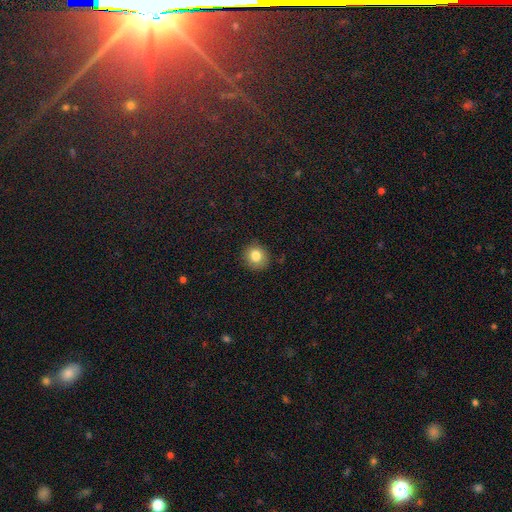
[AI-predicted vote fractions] smooth-or-featured: smooth: 82% | star or artifact: 10% | featured or disk: 7%
  how-rounded: round: 88% | in between: 11% | cigar-shaped: 1%
  merging: none: 87% | minor disturbance: 10% | major disturbance: 2% | merger: 1%